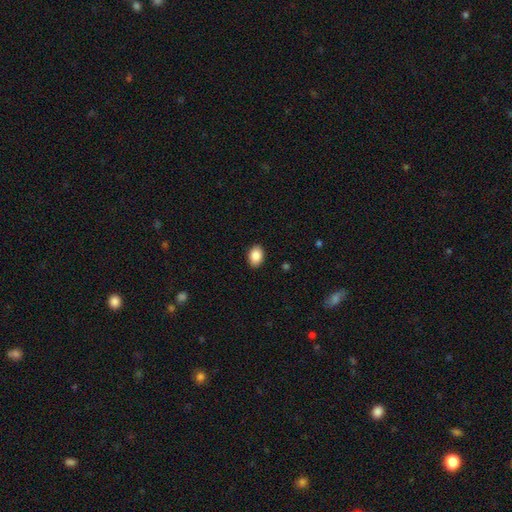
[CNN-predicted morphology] type=smooth (89%); roundness=in between (81%); merging=none (89%).